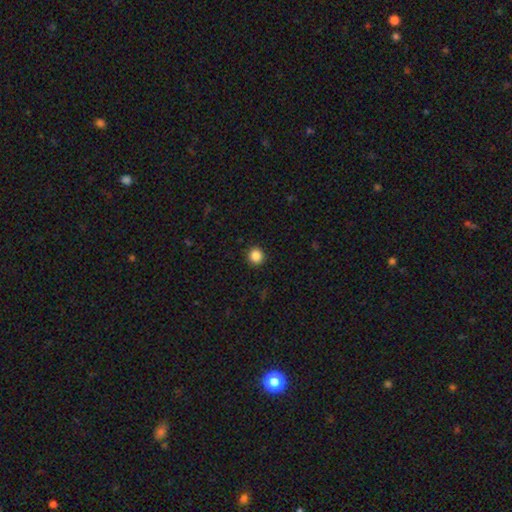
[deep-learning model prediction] smooth_or_featured: smooth (p=0.87) [alt: star or artifact p=0.11]
how_rounded: round (p=0.94) [alt: in between p=0.05]
merging: none (p=0.93) [alt: minor disturbance p=0.05]